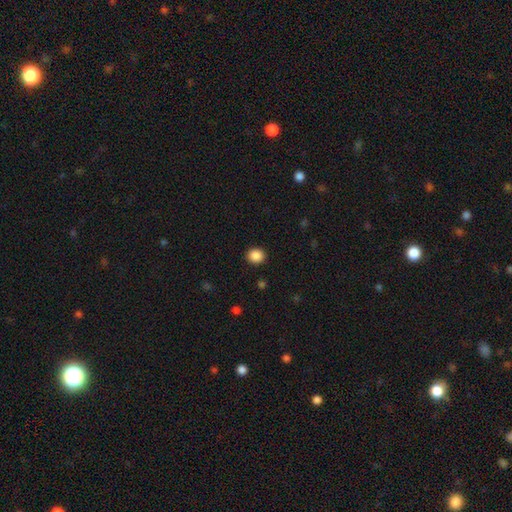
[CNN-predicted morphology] Smooth or featured: smooth — 88% (star or artifact — 10%)
How rounded: round — 82% (in between — 17%)
Merging: none — 92% (minor disturbance — 5%)